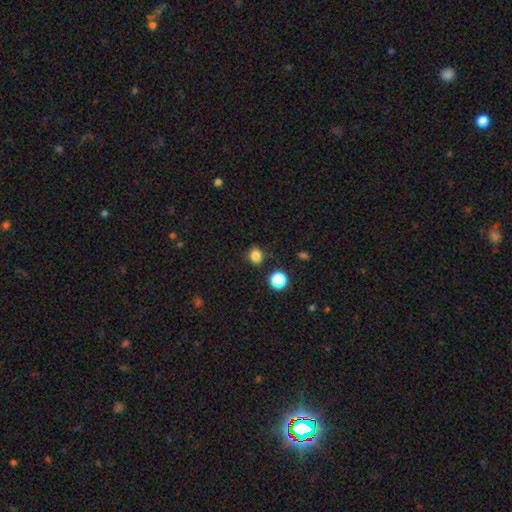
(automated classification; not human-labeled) Smooth or featured?
  - smooth: 83% *
  - star or artifact: 13%
  - featured or disk: 4%
How rounded?
  - round: 68% *
  - in between: 31%
  - cigar-shaped: 1%
Merging?
  - none: 85% *
  - minor disturbance: 9%
  - merger: 3%
  - major disturbance: 3%